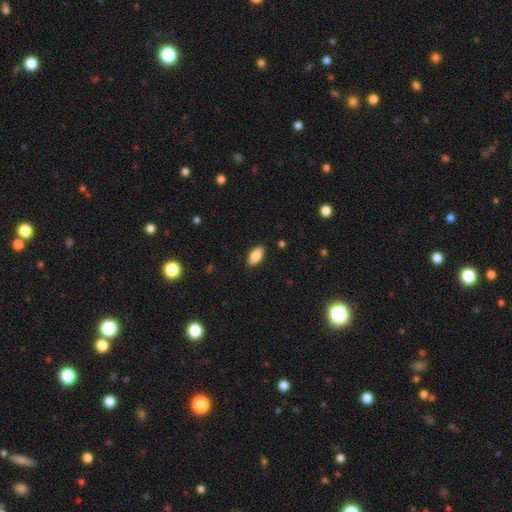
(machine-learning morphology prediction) Q: Smooth or featured?
A: smooth (86%); runner-up: star or artifact (7%)
Q: How rounded?
A: in between (91%); runner-up: cigar-shaped (6%)
Q: Merging?
A: none (88%); runner-up: minor disturbance (9%)